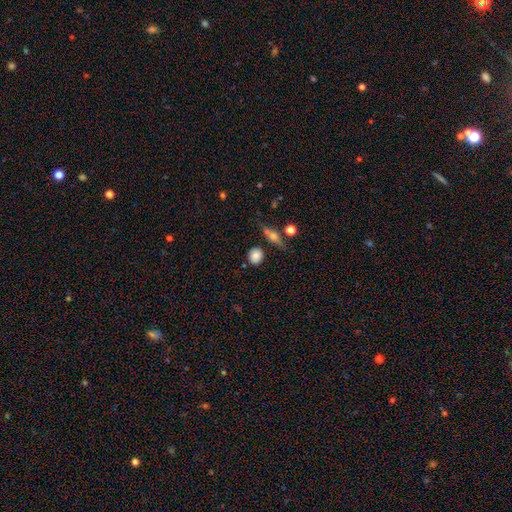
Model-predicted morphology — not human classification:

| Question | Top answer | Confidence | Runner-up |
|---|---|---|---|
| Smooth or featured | smooth | 79% | featured or disk (11%) |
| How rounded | round | 80% | in between (17%) |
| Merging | none | 73% | minor disturbance (15%) |